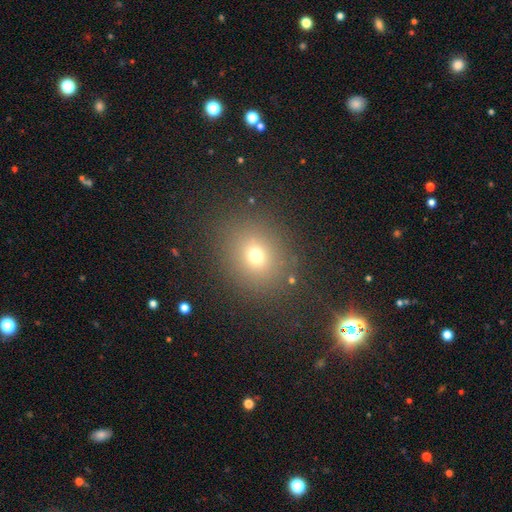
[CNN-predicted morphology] type=smooth (69%); roundness=round (73%); merging=none (85%).